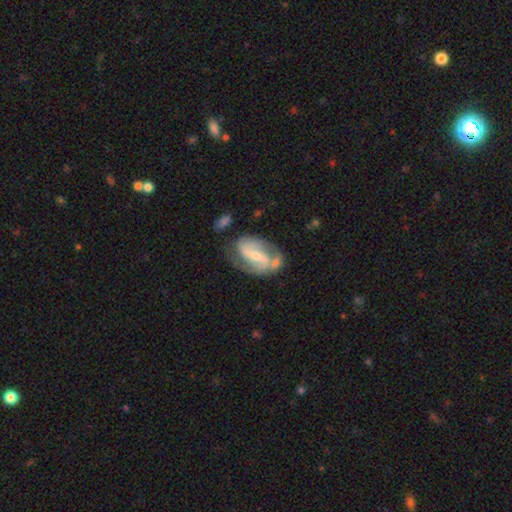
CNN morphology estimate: Q: Smooth or featured?
A: featured or disk (81%); runner-up: smooth (14%)
Q: Edge-on disk?
A: no (96%); runner-up: yes (4%)
Q: Bar?
A: weak (40%); runner-up: strong (36%)
Q: Spiral arms?
A: yes (92%); runner-up: no (8%)
Q: Spiral winding?
A: medium (48%); runner-up: loose (28%)
Q: Spiral arm count?
A: 2 (83%); runner-up: can't tell (8%)
Q: Bulge size?
A: small (61%); runner-up: moderate (34%)
Q: Merging?
A: none (54%); runner-up: minor disturbance (23%)